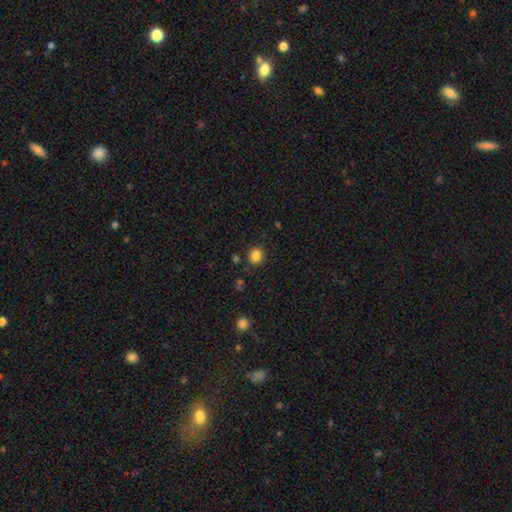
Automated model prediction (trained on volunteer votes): Smooth or featured? smooth (84%)
How rounded? round (80%)
Merging? none (87%)